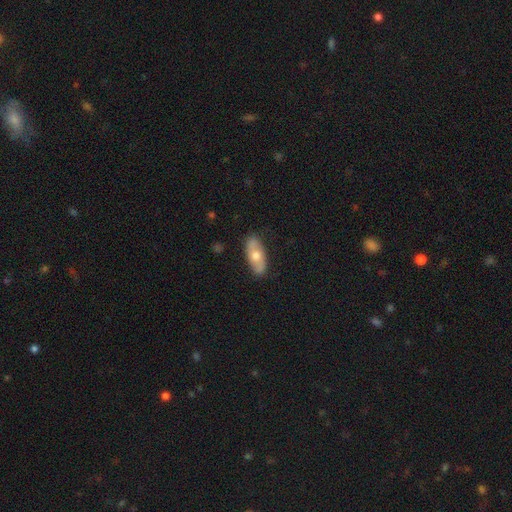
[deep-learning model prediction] Overall: smooth (52%; featured or disk 42%). How rounded: in between (79%). Merging: none (85%).